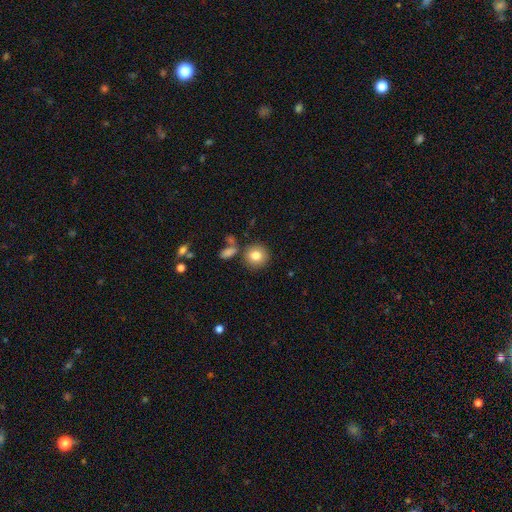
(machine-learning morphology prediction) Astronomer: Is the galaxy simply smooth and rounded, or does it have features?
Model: smooth — 81%.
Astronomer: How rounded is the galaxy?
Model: round — 90%.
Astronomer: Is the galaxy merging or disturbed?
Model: none — 80%.